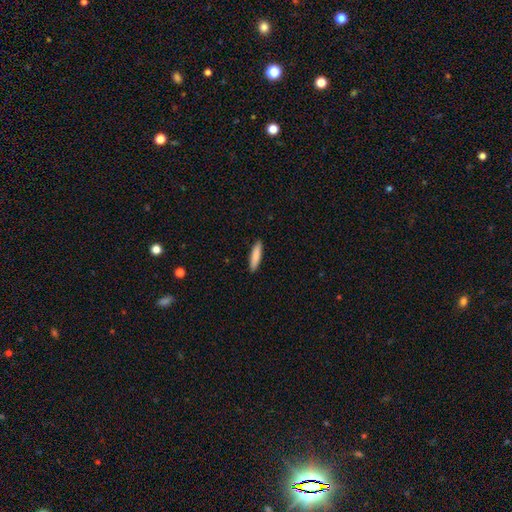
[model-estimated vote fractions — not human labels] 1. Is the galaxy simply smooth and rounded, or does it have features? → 86% smooth, 9% featured or disk, 5% star or artifact.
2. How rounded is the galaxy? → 78% cigar-shaped, 20% in between, 1% round.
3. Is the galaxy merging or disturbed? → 90% none, 7% minor disturbance, 2% major disturbance, 1% merger.